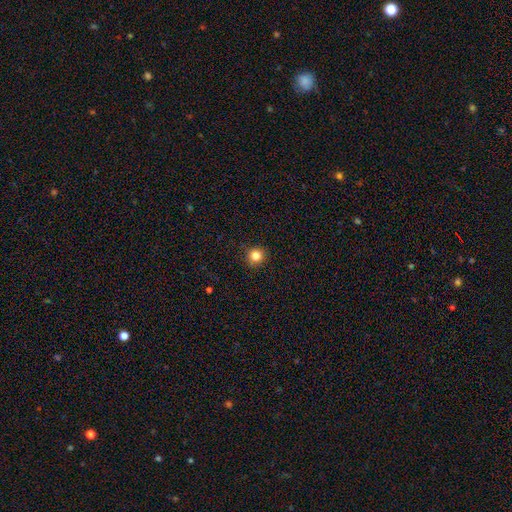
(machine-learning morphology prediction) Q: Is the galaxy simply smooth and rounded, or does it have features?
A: smooth — 84%.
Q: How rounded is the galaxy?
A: round — 94%.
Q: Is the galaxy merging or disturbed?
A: none — 91%.